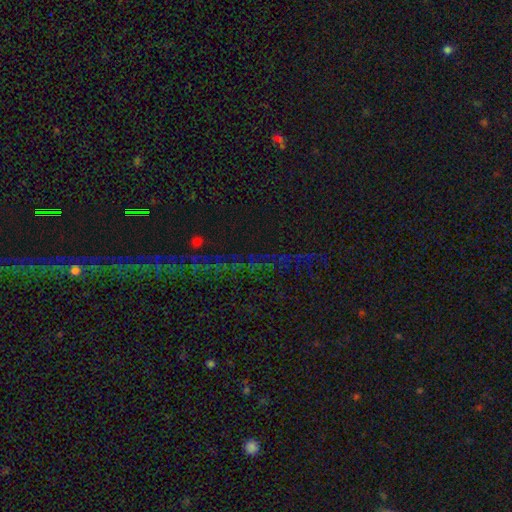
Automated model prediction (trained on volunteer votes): smooth_or_featured: star or artifact (p=0.78) [alt: smooth p=0.12]